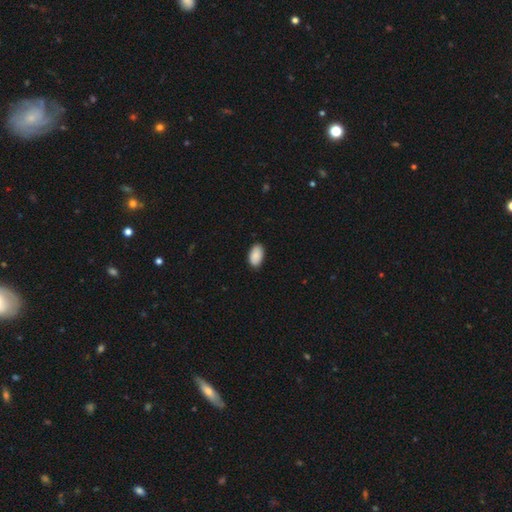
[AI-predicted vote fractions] This is clearly a smooth galaxy (90%). How rounded: clearly in between (95%). Merging: clearly none (86%).